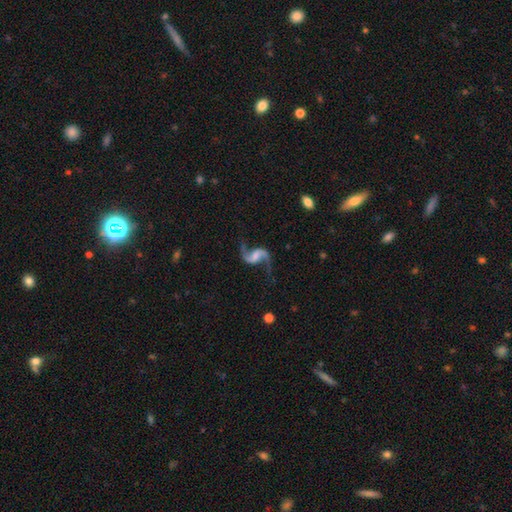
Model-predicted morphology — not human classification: A featured or disk galaxy (91%) with a weak bar (45%), 2 (94%) loose (83%) spiral arms (97%) and no central bulge (33%). Merging: none (77%).